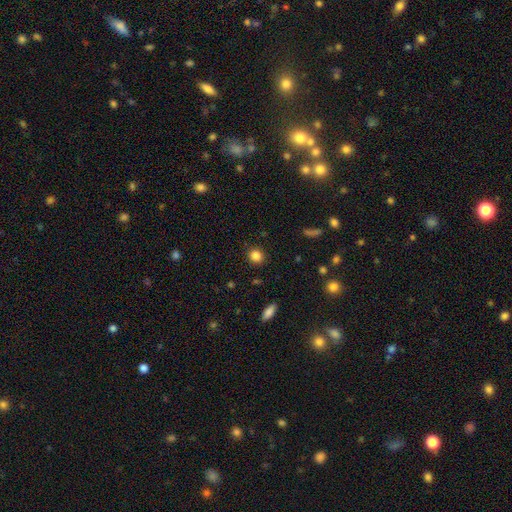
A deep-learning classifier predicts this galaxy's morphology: smooth-or-featured: smooth: 85% | star or artifact: 11% | featured or disk: 5%
  how-rounded: round: 83% | in between: 16% | cigar-shaped: 1%
  merging: none: 90% | minor disturbance: 7% | major disturbance: 2% | merger: 1%